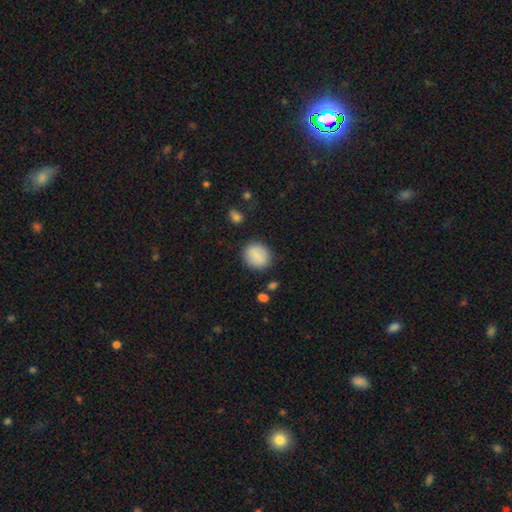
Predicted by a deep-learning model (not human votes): Smooth or featured: smooth — 84% (featured or disk — 9%)
How rounded: round — 71% (in between — 28%)
Merging: none — 85% (minor disturbance — 10%)